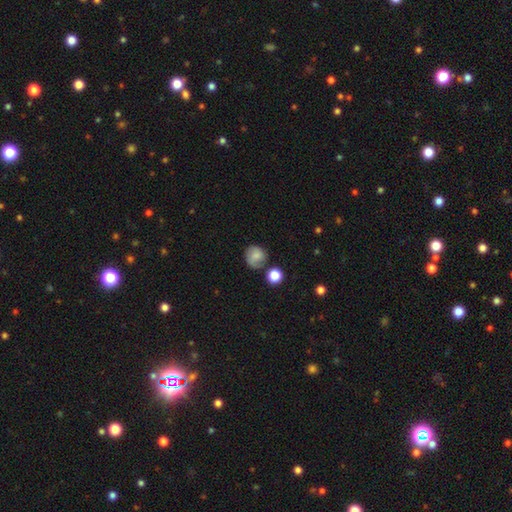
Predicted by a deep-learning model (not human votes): Smooth or featured? smooth (68%)
How rounded? round (81%)
Merging? none (63%)